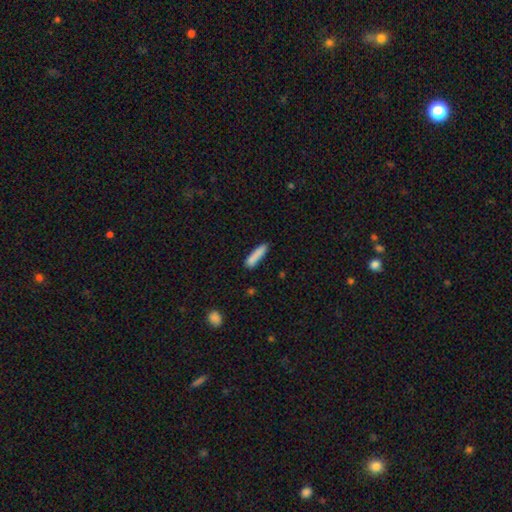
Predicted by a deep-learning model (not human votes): Smooth or featured?
  - smooth: 85% *
  - featured or disk: 8%
  - star or artifact: 7%
How rounded?
  - cigar-shaped: 81% *
  - in between: 17%
  - round: 2%
Merging?
  - none: 79% *
  - minor disturbance: 15%
  - merger: 3%
  - major disturbance: 3%